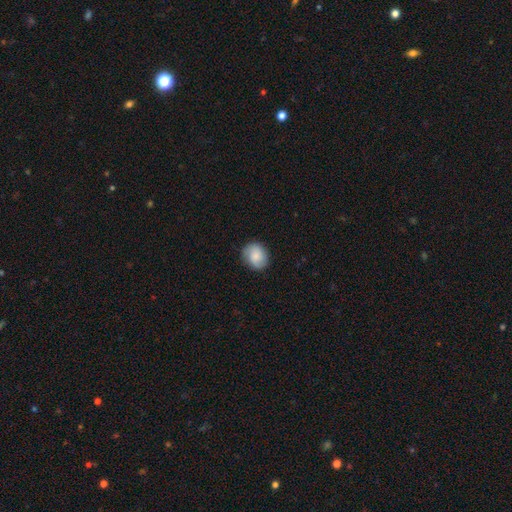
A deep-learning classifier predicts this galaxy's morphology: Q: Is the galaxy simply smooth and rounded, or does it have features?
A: smooth — 69%.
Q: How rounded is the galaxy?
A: round — 69%.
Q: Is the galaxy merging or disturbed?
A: none — 80%.